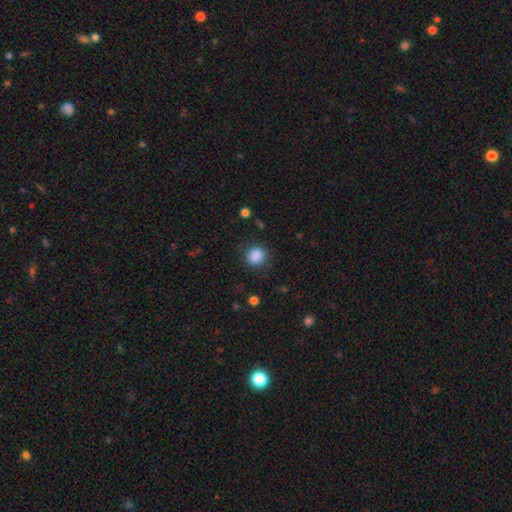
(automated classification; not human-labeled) Smooth or featured? Predicted: smooth (p=0.87). How rounded? Predicted: round (p=0.80). Merging? Predicted: none (p=0.85).